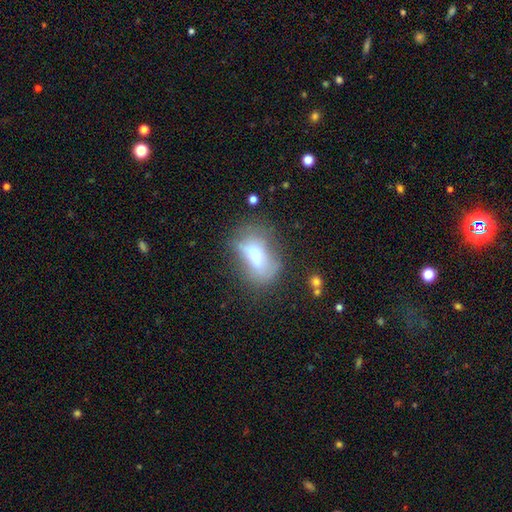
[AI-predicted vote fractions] smooth 57%, featured or disk 33%, star or artifact 11%. Down the decision tree: how rounded — in between (79%); merging — none (47%).